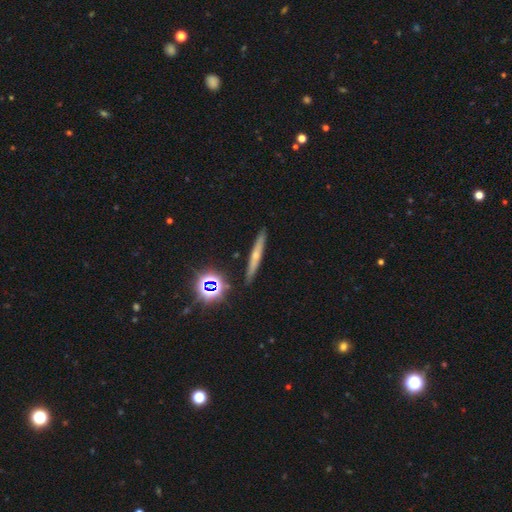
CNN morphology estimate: featured or disk 47%, smooth 39%, star or artifact 15%. Down the decision tree: merging — none (88%).